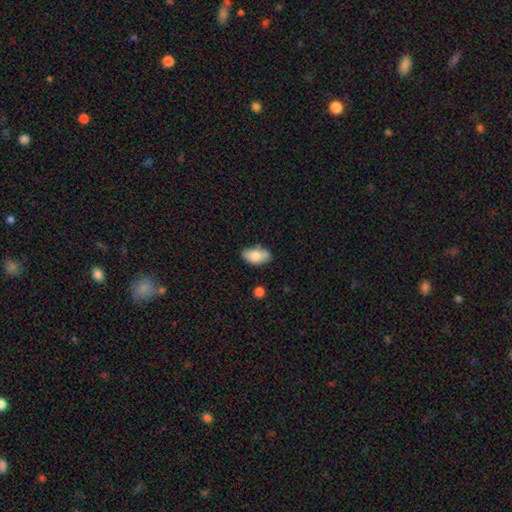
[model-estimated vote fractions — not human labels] Smooth or featured?
  - smooth: 82% *
  - featured or disk: 11%
  - star or artifact: 7%
How rounded?
  - in between: 93% *
  - round: 5%
  - cigar-shaped: 2%
Merging?
  - none: 70% *
  - minor disturbance: 21%
  - merger: 5%
  - major disturbance: 4%